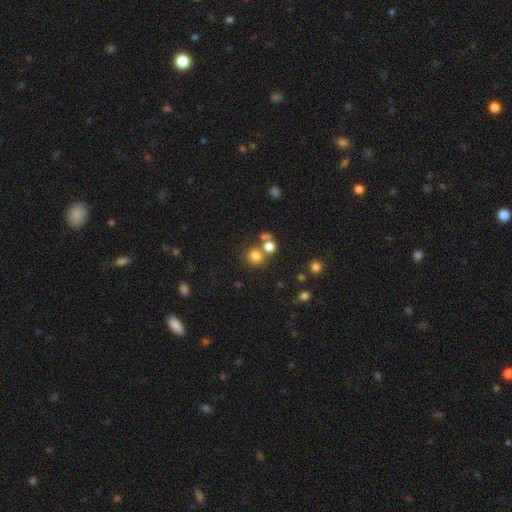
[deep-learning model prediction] This is likely a smooth galaxy (76%). How rounded: clearly round (89%). Merging: likely none (66%).